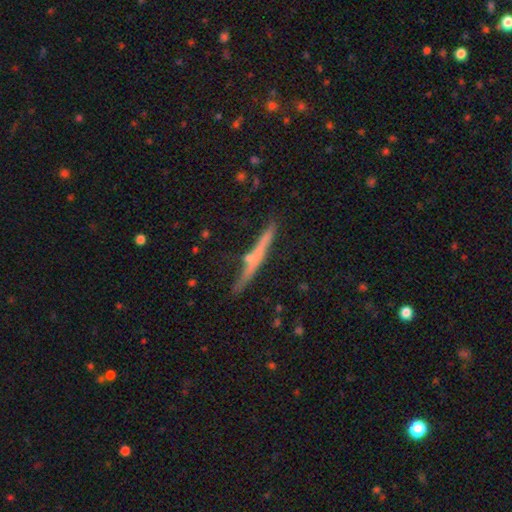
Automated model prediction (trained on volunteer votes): Smooth or featured?
  - featured or disk: 54% *
  - smooth: 39%
  - star or artifact: 7%
Edge-on disk?
  - yes: 96% *
  - no: 4%
Edge-on bulge?
  - none: 65% *
  - rounded: 28%
  - boxy: 7%
Merging?
  - none: 78% *
  - minor disturbance: 14%
  - merger: 5%
  - major disturbance: 3%